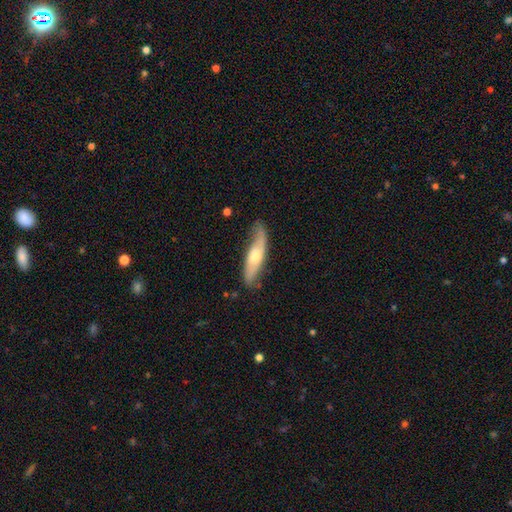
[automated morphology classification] A featured or disk galaxy (61%).

Vote fractions:
- Smooth or featured? featured or disk: 61% / smooth: 33% / star or artifact: 6%
- Edge-on disk? no: 55% / yes: 45%
- Merging? none: 71% / minor disturbance: 22% / major disturbance: 5% / merger: 2%